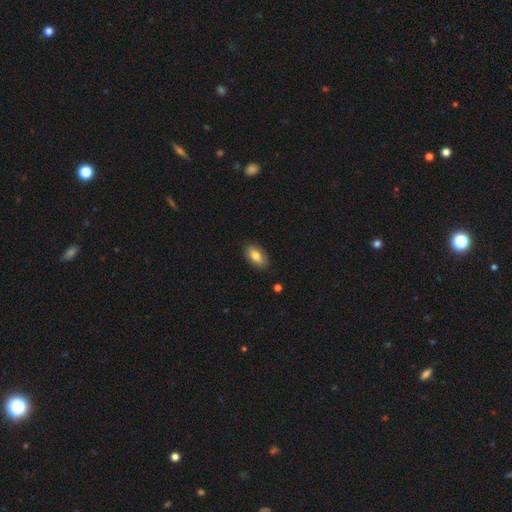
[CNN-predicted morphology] Smooth or featured? smooth (77%)
How rounded? in between (91%)
Merging? none (86%)